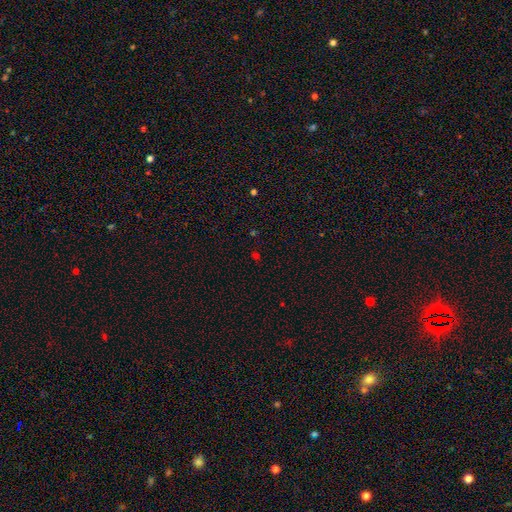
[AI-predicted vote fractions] Smooth or featured: star or artifact — 51% (smooth — 43%)